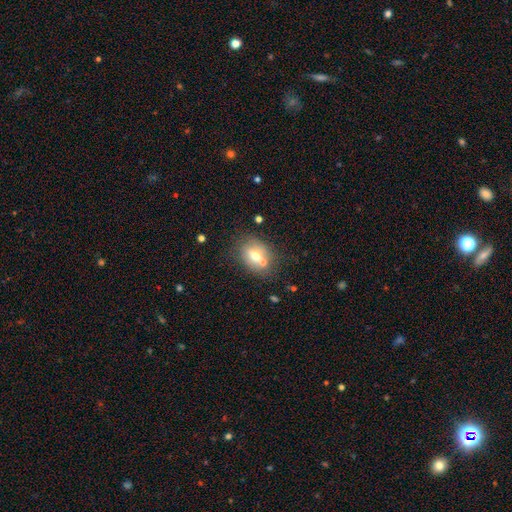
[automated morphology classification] smooth_or_featured: smooth (p=0.65) [alt: featured or disk p=0.25]
how_rounded: in between (p=0.60) [alt: round p=0.39]
merging: none (p=0.54) [alt: merger p=0.26]